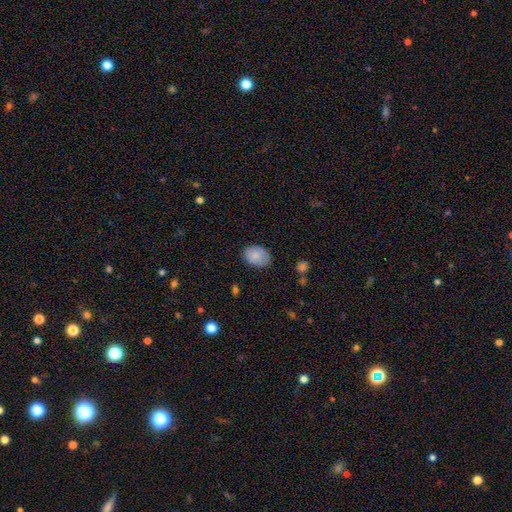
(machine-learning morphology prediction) A smooth galaxy with no disk features (84%) that is in between round and cigar-shaped (72%).

Vote fractions:
- Smooth or featured? smooth: 84% / featured or disk: 9% / star or artifact: 7%
- How rounded? in between: 72% / round: 27% / cigar-shaped: 1%
- Merging? none: 82% / minor disturbance: 14% / major disturbance: 3% / merger: 1%